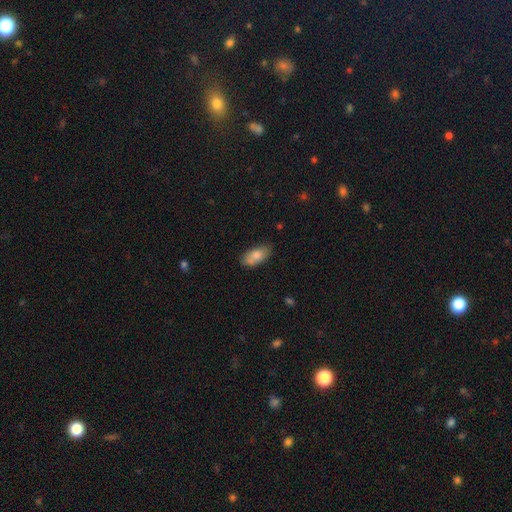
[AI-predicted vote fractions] The model was most divided on "merging": none: 70%, minor disturbance: 22%, major disturbance: 4%, merger: 4%. More confident: how rounded — in between (90%); smooth or featured — smooth (80%).